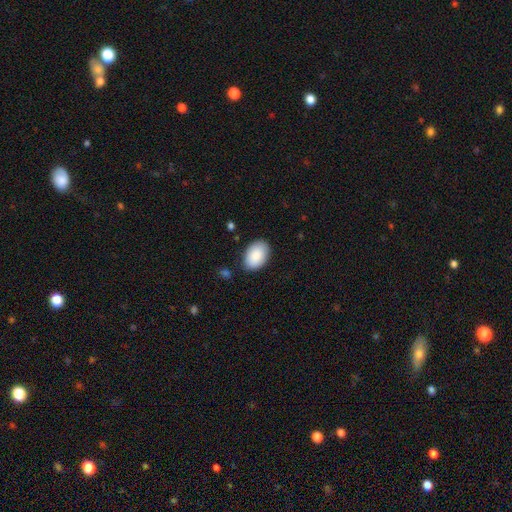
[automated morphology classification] Smooth or featured? smooth (88%)
How rounded? in between (89%)
Merging? none (84%)